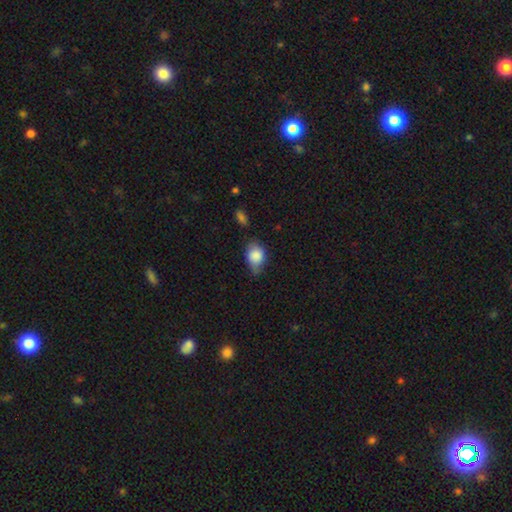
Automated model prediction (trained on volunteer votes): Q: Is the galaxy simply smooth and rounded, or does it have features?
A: smooth — 82%.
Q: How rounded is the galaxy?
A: in between — 71%.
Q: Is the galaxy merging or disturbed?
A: minor disturbance — 43%.